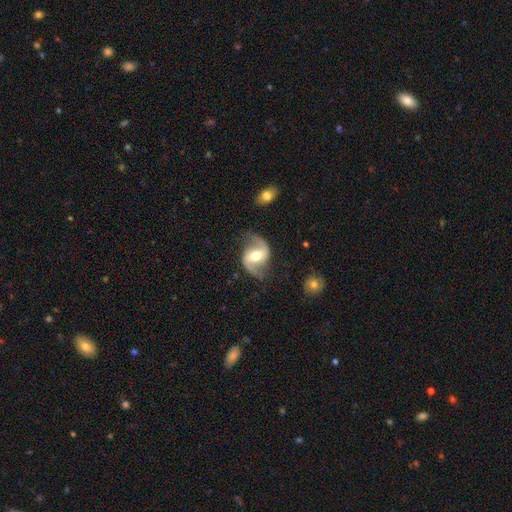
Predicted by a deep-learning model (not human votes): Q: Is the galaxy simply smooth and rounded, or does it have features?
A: featured or disk — 88%.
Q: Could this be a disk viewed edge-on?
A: no — 97%.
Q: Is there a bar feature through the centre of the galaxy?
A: weak — 42%.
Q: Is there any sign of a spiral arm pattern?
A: yes — 96%.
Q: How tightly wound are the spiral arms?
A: loose — 57%.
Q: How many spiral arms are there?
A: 2 — 93%.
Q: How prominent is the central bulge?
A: moderate — 71%.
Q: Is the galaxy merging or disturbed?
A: none — 78%.